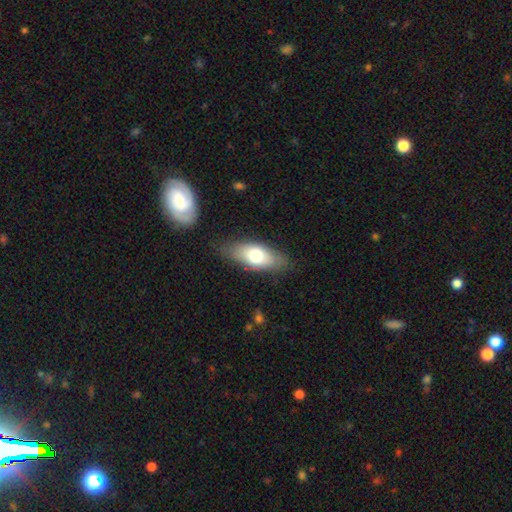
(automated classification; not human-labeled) A smooth galaxy with no disk features (69%) that is in between round and cigar-shaped (81%). Merging: none (79%).